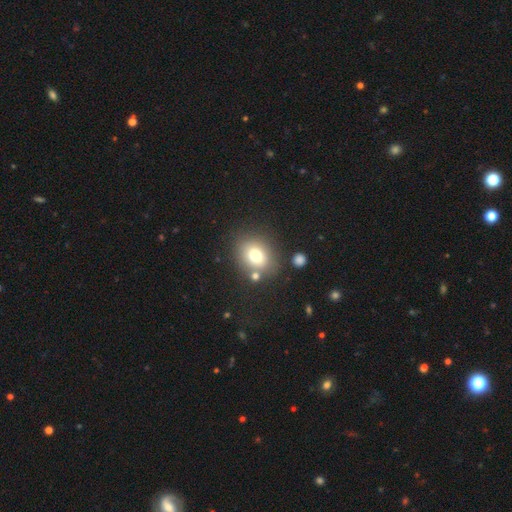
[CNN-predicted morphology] Overall: smooth (74%). How rounded: round (52%; in between 47%). Merging: none (72%).